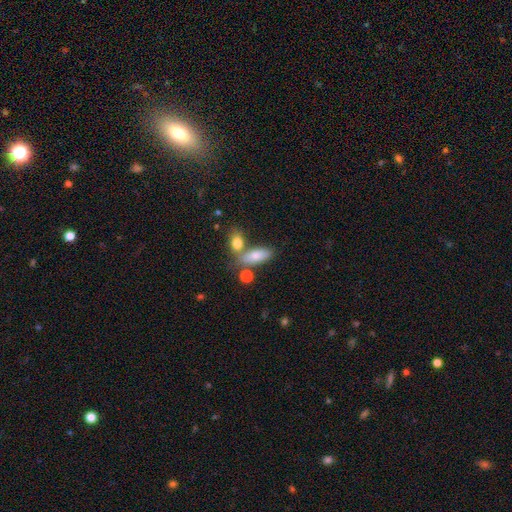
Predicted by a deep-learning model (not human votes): Morphology: type=smooth (79%); roundness=in between (77%); merging=none (52%).